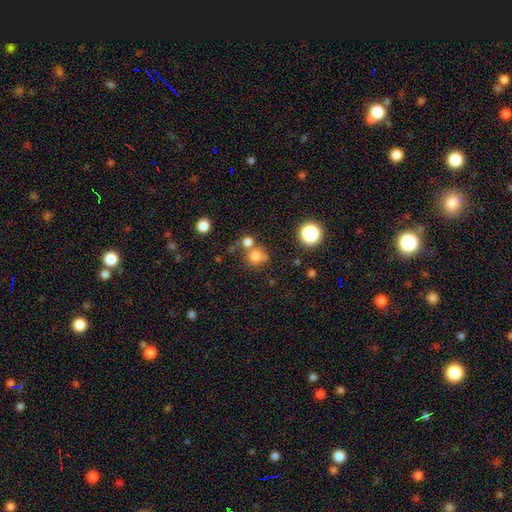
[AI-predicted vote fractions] The model was most divided on "merging": none: 57%, merger: 27%, minor disturbance: 10%, major disturbance: 5%. More confident: how rounded — round (86%); smooth or featured — smooth (77%).